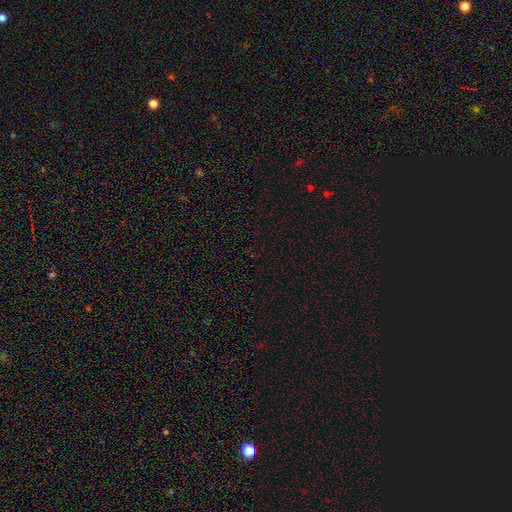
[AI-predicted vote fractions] Overall: star or artifact (71%).